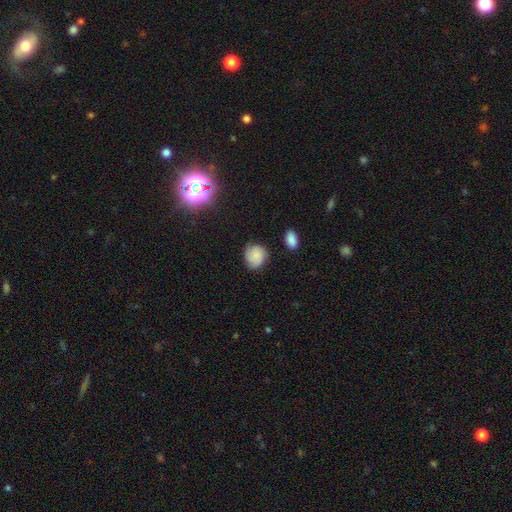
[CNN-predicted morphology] A smooth galaxy with no disk features (76%) that is round (74%). Merging: none (74%).